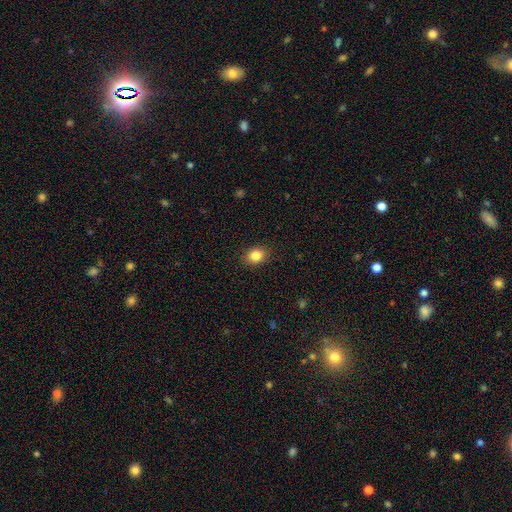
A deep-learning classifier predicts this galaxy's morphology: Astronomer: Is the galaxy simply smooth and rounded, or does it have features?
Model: smooth — 85%.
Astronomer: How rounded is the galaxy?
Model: in between — 55% (runner-up: round, 44%).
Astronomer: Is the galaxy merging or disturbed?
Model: none — 89%.